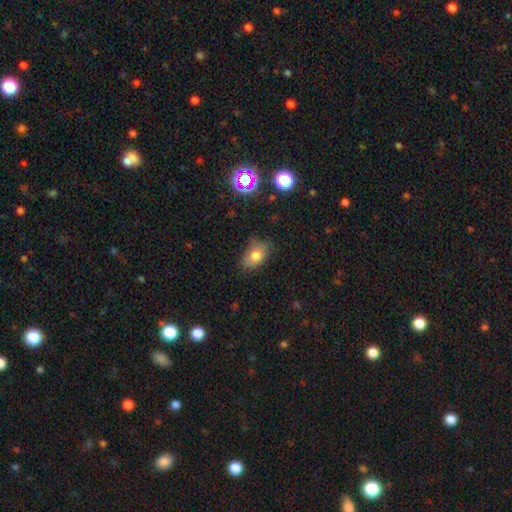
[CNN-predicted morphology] This is likely a smooth galaxy (76%). How rounded: clearly in between (82%). Merging: likely none (66%).